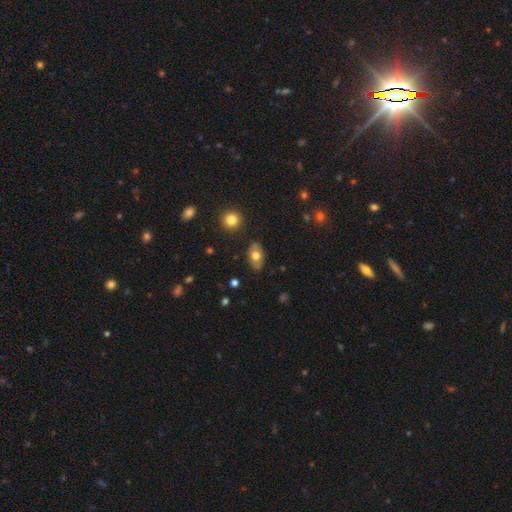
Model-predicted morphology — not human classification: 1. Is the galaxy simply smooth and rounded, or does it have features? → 67% smooth, 25% featured or disk, 8% star or artifact.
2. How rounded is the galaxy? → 87% in between, 11% round, 2% cigar-shaped.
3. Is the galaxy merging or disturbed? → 81% none, 14% minor disturbance, 3% major disturbance, 2% merger.